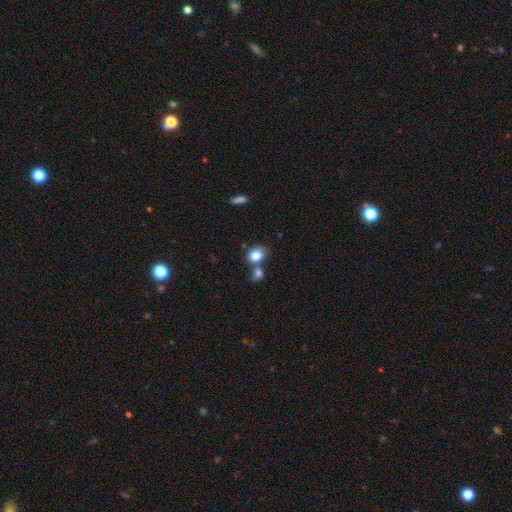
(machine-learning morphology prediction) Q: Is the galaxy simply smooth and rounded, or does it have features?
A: smooth — 82%.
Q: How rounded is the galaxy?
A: round — 58%.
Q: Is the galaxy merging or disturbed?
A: none — 48%.